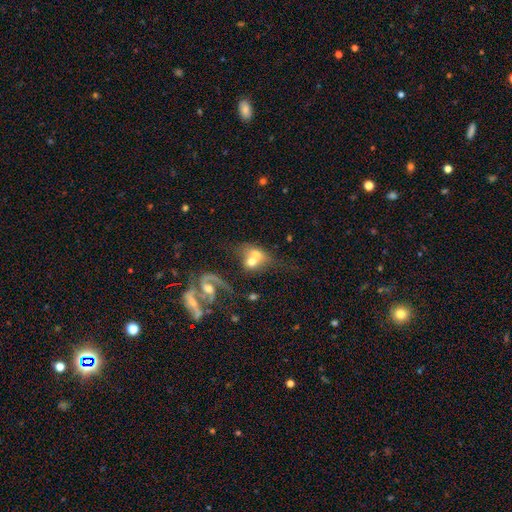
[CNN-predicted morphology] Smooth or featured: smooth — 49% (featured or disk — 41%)
Merging: merger — 67% (none — 17%)